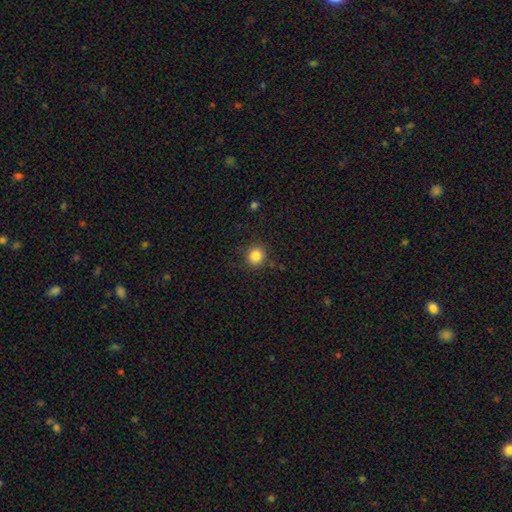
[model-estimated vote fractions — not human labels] Overall: smooth (85%). How rounded: round (91%). Merging: none (86%).